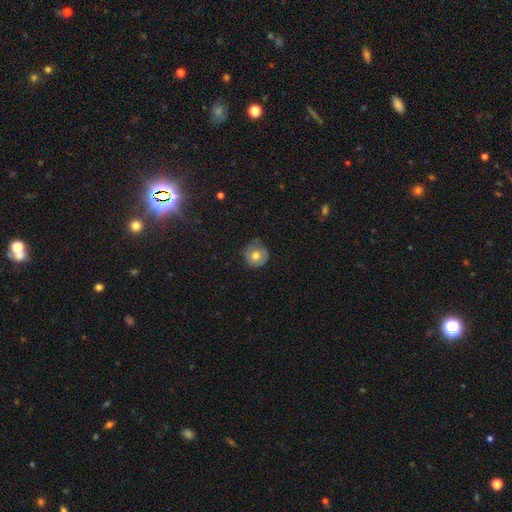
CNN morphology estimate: Smooth or featured? Predicted: smooth (p=0.65). How rounded? Predicted: round (p=0.92). Merging? Predicted: none (p=0.72).